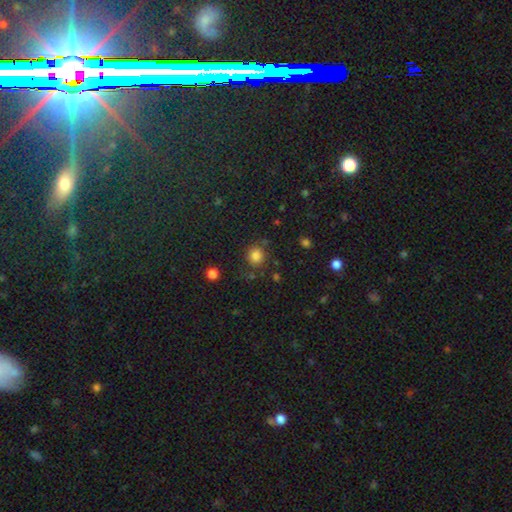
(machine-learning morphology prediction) The model was most divided on "smooth or featured": smooth: 81%, star or artifact: 14%, featured or disk: 5%. More confident: how rounded — round (87%); merging — none (79%).